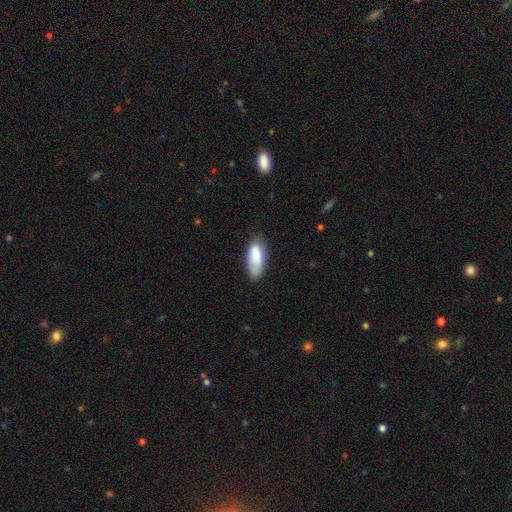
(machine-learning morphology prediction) Smooth or featured? Predicted: smooth (p=0.82). How rounded? Predicted: in between (p=0.83). Merging? Predicted: none (p=0.61).